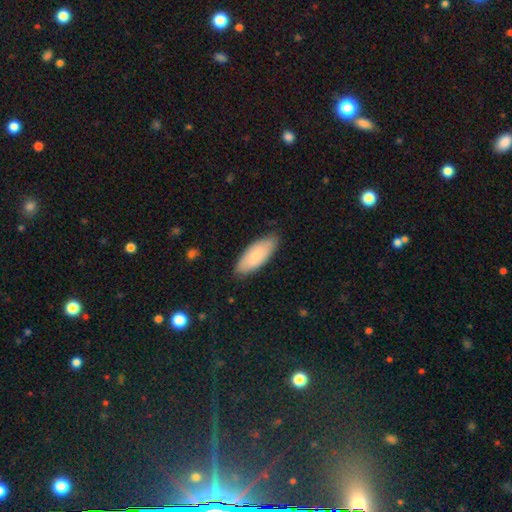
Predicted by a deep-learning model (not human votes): Smooth or featured? Predicted: smooth (p=0.78). How rounded? Predicted: in between (p=0.83). Merging? Predicted: none (p=0.81).